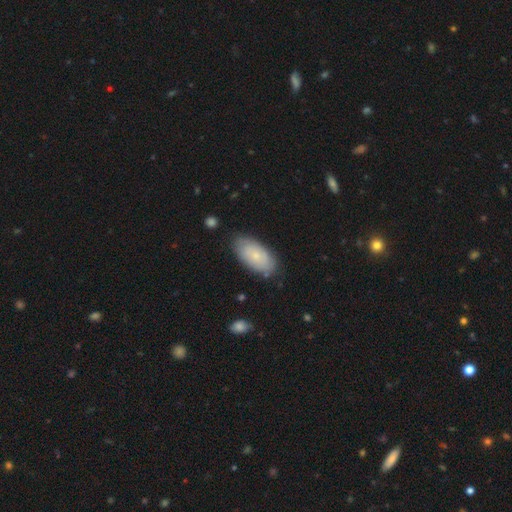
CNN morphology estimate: Smooth or featured: smooth — 68% (featured or disk — 25%)
How rounded: in between — 94% (cigar-shaped — 3%)
Merging: none — 78% (minor disturbance — 17%)